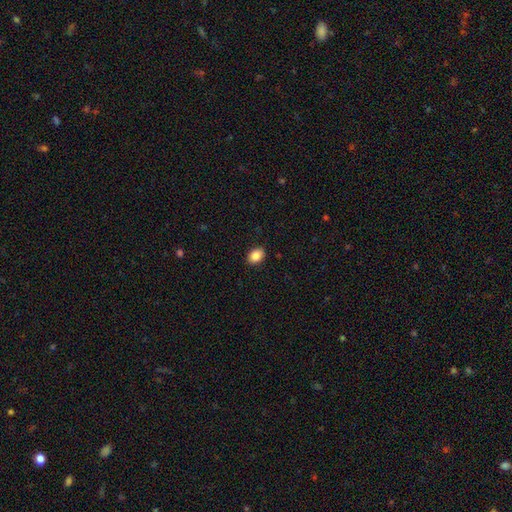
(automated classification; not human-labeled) smooth 86%, star or artifact 8%, featured or disk 5%. Down the decision tree: how rounded — in between (76%); merging — none (90%).